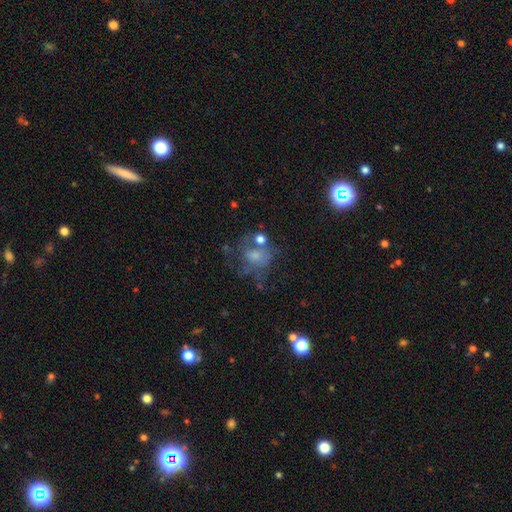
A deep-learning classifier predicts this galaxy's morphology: smooth_or_featured: featured or disk (p=0.43) [alt: smooth p=0.33]
merging: none (p=0.49) [alt: major disturbance p=0.21]